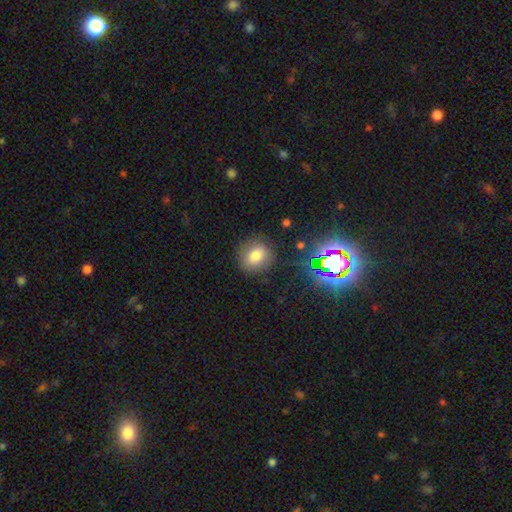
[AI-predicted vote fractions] Morphology: type=smooth (75%); roundness=round (74%); merging=none (84%).